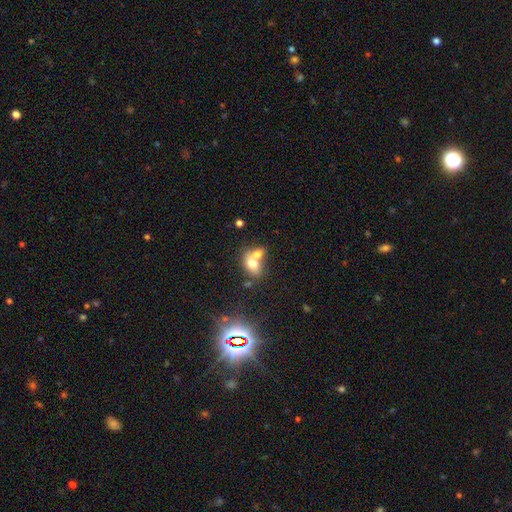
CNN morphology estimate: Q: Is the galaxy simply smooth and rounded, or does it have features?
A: smooth — 66%.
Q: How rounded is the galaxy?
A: in between — 67%.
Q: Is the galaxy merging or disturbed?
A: merger — 63%.